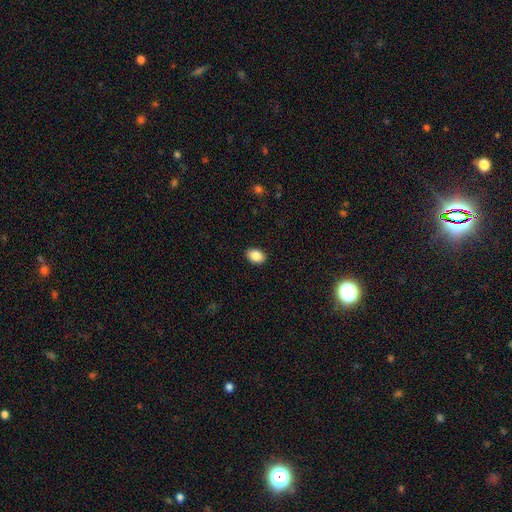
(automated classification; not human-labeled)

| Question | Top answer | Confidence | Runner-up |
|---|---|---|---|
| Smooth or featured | smooth | 88% | star or artifact (8%) |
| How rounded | in between | 82% | round (17%) |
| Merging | none | 90% | minor disturbance (7%) |